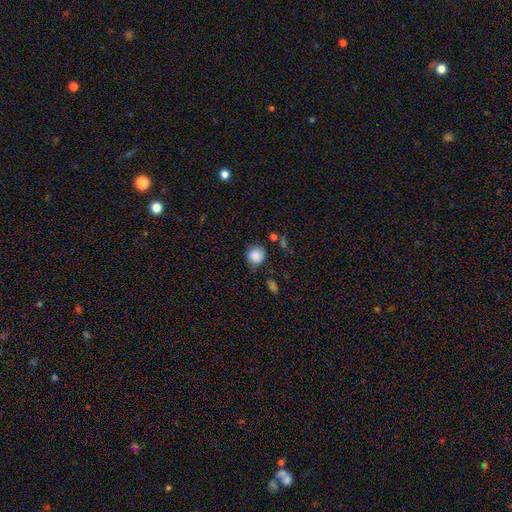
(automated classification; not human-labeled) smooth-or-featured: smooth: 86% | star or artifact: 10% | featured or disk: 4%
  how-rounded: round: 88% | in between: 11% | cigar-shaped: 1%
  merging: none: 73% | minor disturbance: 18% | major disturbance: 5% | merger: 4%